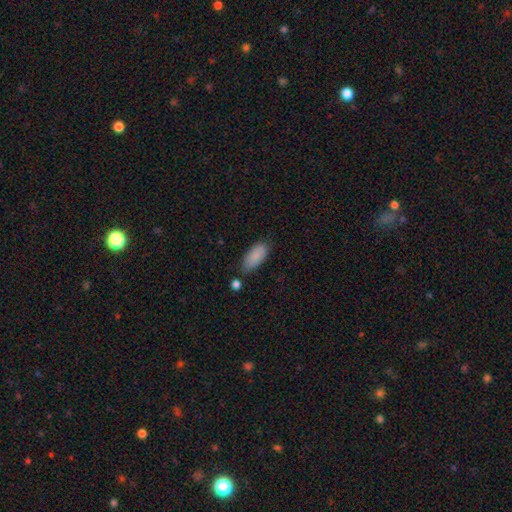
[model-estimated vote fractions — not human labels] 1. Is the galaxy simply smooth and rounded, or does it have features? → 88% smooth, 7% star or artifact, 6% featured or disk.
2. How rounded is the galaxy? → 87% in between, 12% cigar-shaped, 2% round.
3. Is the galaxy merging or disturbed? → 71% none, 19% minor disturbance, 6% merger, 4% major disturbance.